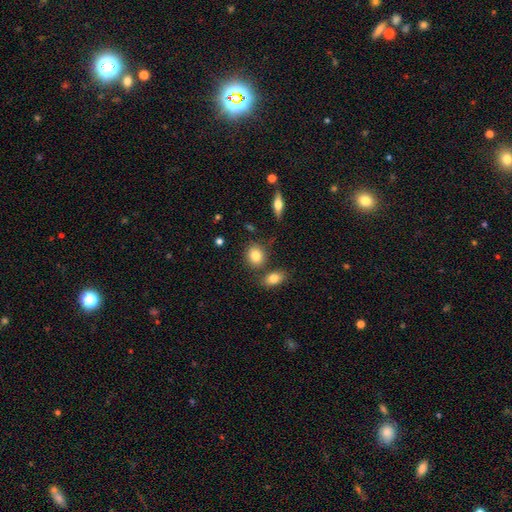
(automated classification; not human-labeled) The model was most divided on "how rounded": round: 61%, in between: 37%, cigar-shaped: 2%. More confident: smooth or featured — smooth (82%); merging — none (75%).